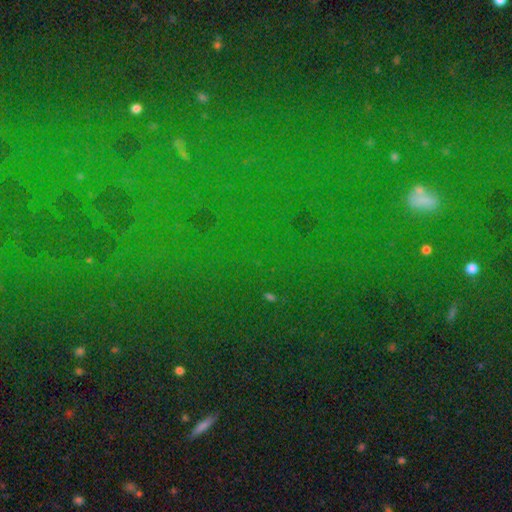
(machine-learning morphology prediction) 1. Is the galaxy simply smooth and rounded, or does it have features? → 78% star or artifact, 13% smooth, 9% featured or disk.